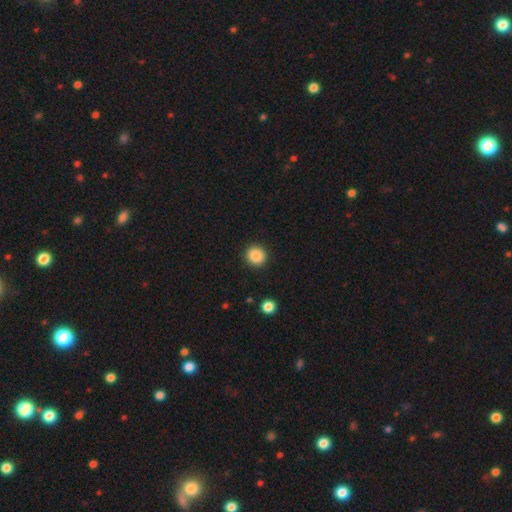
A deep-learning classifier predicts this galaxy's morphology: Q: Smooth or featured?
A: smooth (87%); runner-up: star or artifact (9%)
Q: How rounded?
A: round (90%); runner-up: in between (9%)
Q: Merging?
A: none (92%); runner-up: minor disturbance (5%)